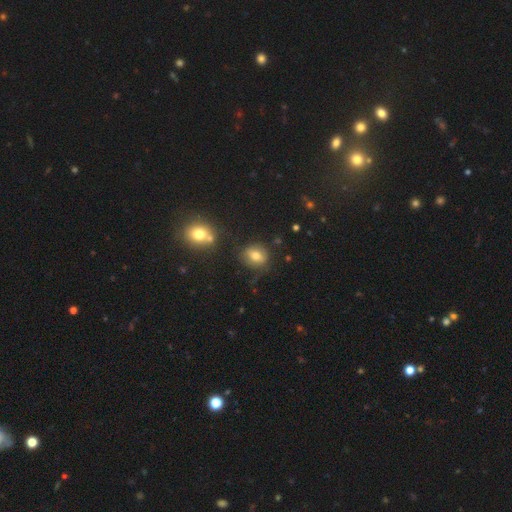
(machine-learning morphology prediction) type=smooth (71%); roundness=round (51%); merging=none (74%).